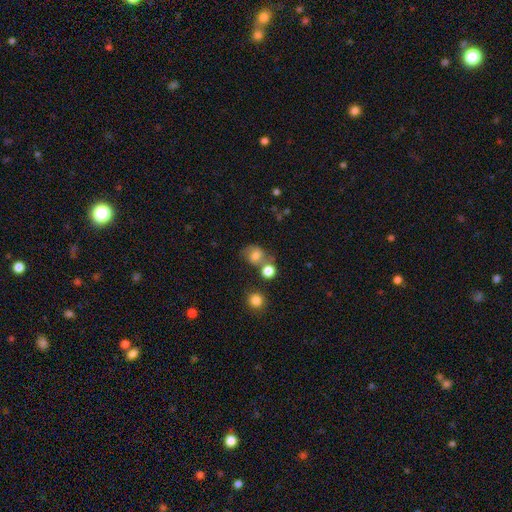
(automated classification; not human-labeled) This is likely a smooth galaxy (61%). How rounded: likely round (63%). Merging: possibly none (49%).